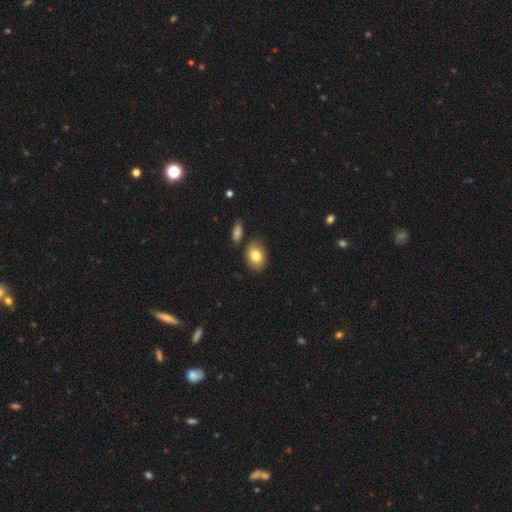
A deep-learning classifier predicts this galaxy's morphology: Smooth or featured? Predicted: smooth (p=0.81). How rounded? Predicted: in between (p=0.71). Merging? Predicted: none (p=0.80).